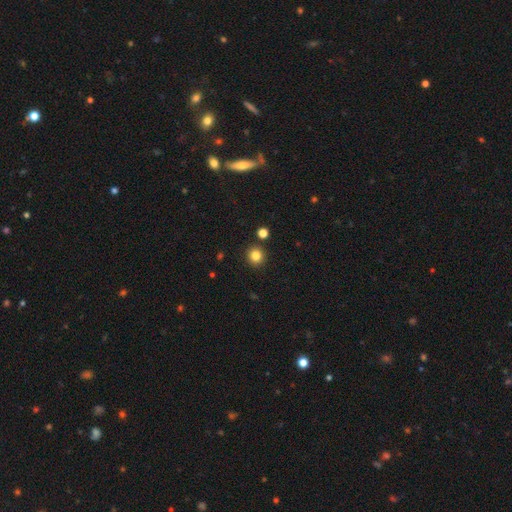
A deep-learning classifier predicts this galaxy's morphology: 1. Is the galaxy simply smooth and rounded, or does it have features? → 83% smooth, 12% star or artifact, 5% featured or disk.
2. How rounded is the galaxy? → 93% round, 7% in between, 1% cigar-shaped.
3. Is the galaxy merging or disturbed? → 89% none, 6% minor disturbance, 4% merger, 2% major disturbance.